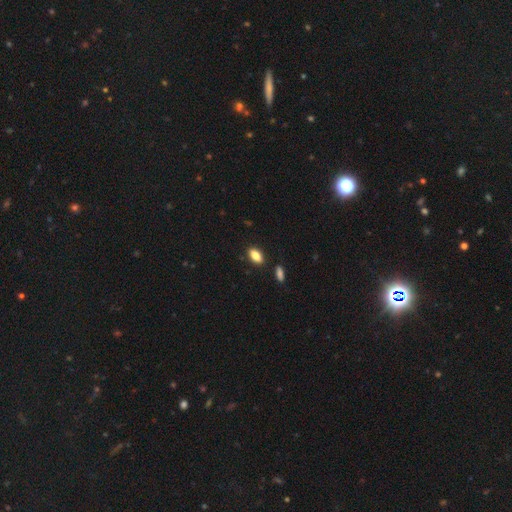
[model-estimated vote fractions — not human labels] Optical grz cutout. It shows a smooth galaxy with no disk features (85%) that is in between round and cigar-shaped (90%). Merging: none (87%).